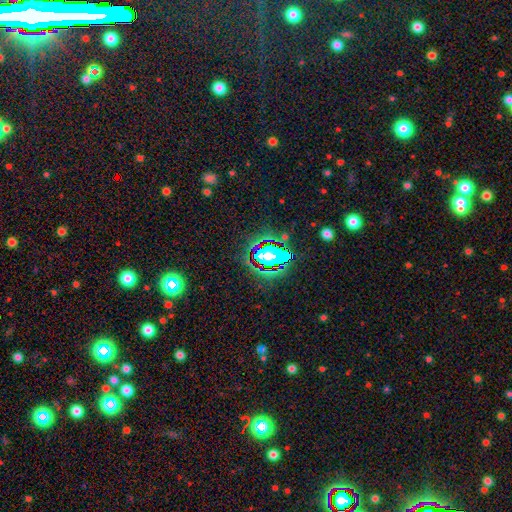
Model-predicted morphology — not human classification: This appears to be a star or artifact, not a galaxy (81%).